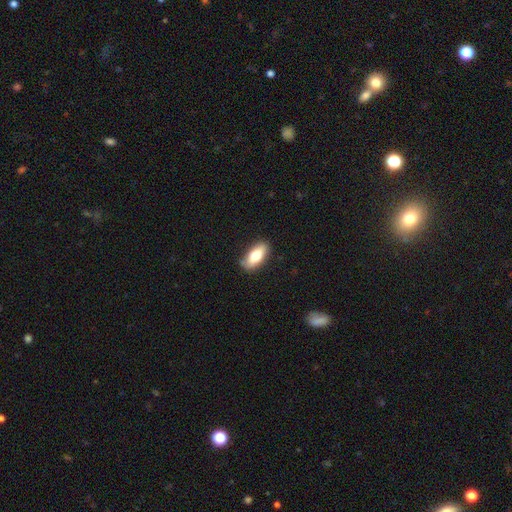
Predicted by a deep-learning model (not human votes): This appears to be a smooth galaxy with no disk features (73%) that is in between round and cigar-shaped (82%). Merging: none (82%).